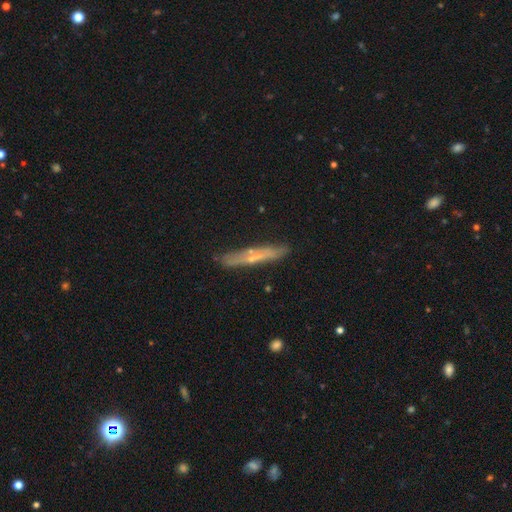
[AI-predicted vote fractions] Morphology: type=featured or disk (50%); edge-on=yes (85%); merging=none (81%).